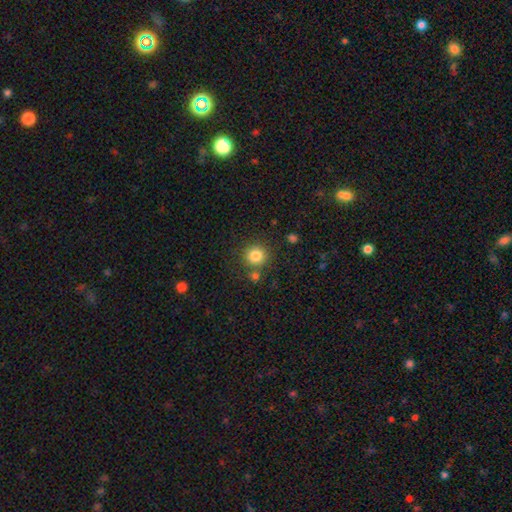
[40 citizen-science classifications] smooth-or-featured: smooth: 85% | featured or disk: 8% | star or artifact: 8%
  how-rounded: round: 100% | in between: 0% | cigar-shaped: 0%
  merging: none: 81% | merger: 11% | minor disturbance: 8% | major disturbance: 0%